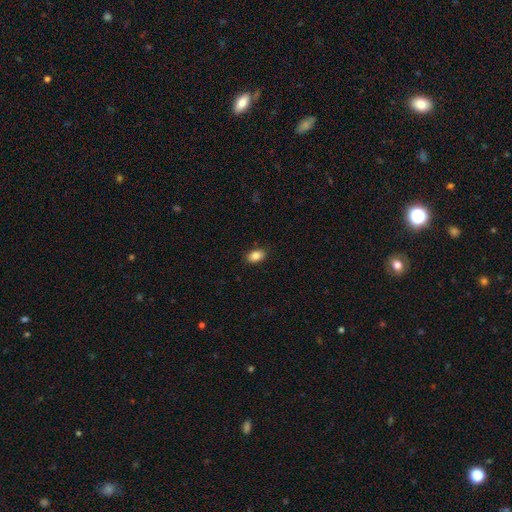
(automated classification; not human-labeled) The model was most divided on "how rounded": in between: 87%, round: 11%, cigar-shaped: 1%. More confident: merging — none (88%); smooth or featured — smooth (86%).